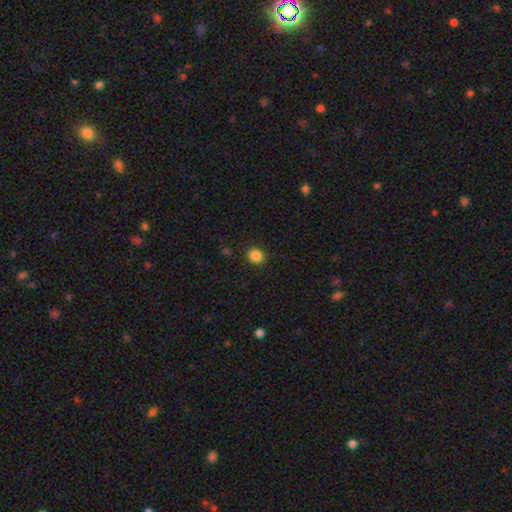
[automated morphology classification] smooth_or_featured: smooth (p=0.86) [alt: star or artifact p=0.11]
how_rounded: round (p=0.82) [alt: in between p=0.17]
merging: none (p=0.91) [alt: minor disturbance p=0.06]